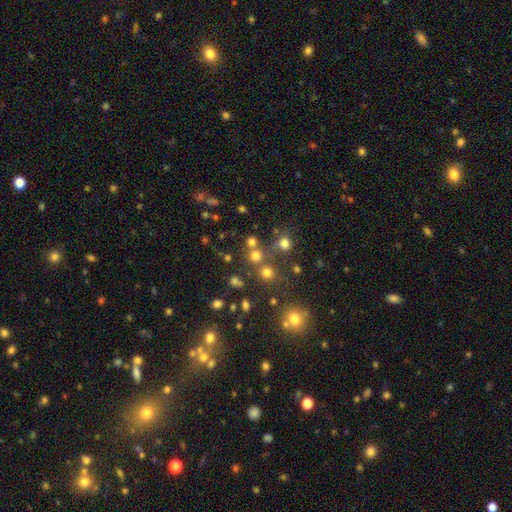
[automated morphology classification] smooth_or_featured: smooth (p=0.66) [alt: star or artifact p=0.25]
how_rounded: round (p=0.90) [alt: in between p=0.09]
merging: none (p=0.69) [alt: merger p=0.20]